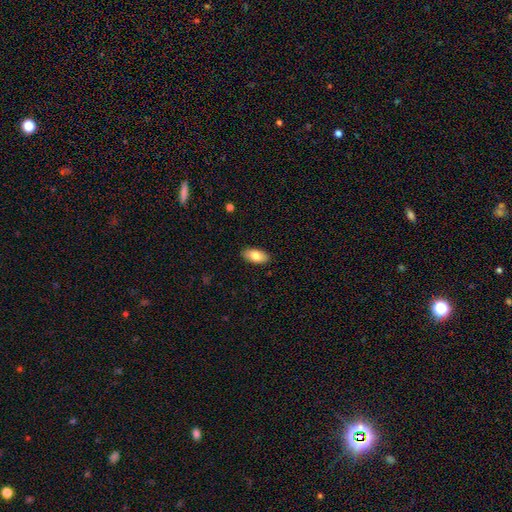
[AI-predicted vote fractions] The model was most divided on "smooth or featured": smooth: 82%, featured or disk: 12%, star or artifact: 6%. More confident: how rounded — in between (93%); merging — none (89%).